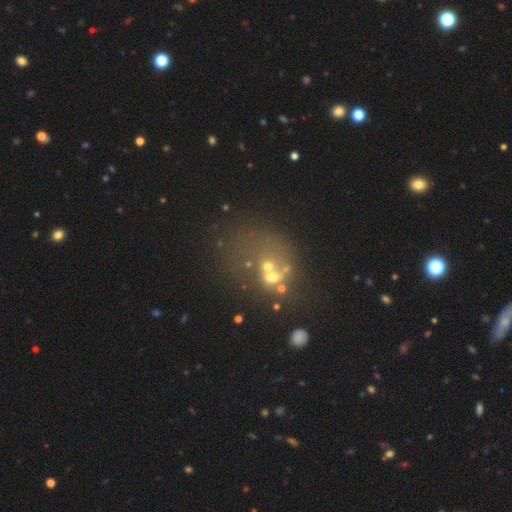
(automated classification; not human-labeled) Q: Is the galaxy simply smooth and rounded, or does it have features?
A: star or artifact — 42%.